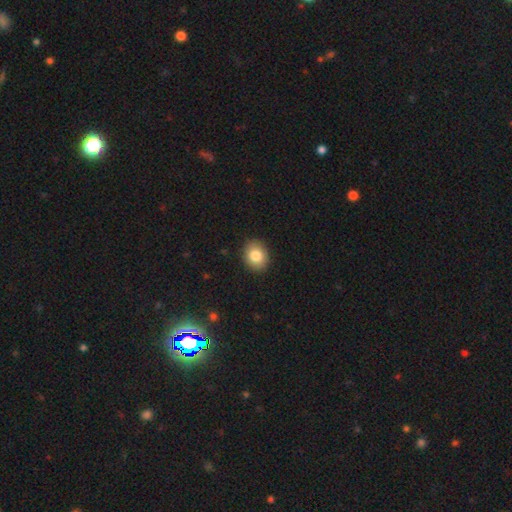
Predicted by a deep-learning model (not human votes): Smooth or featured? smooth (83%)
How rounded? round (59%)
Merging? none (90%)